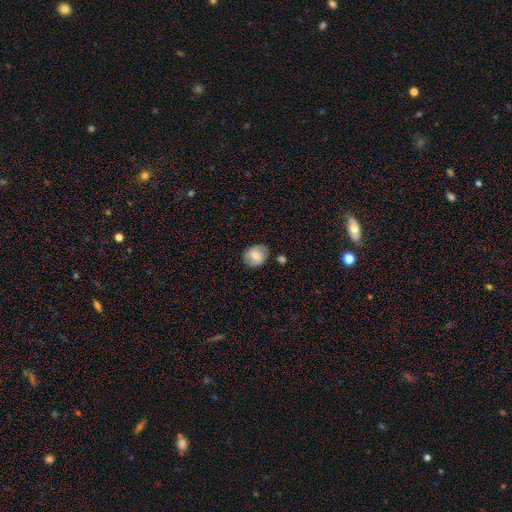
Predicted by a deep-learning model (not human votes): The model was most divided on "how rounded": round: 64%, in between: 35%, cigar-shaped: 1%. More confident: merging — none (76%); smooth or featured — smooth (62%).